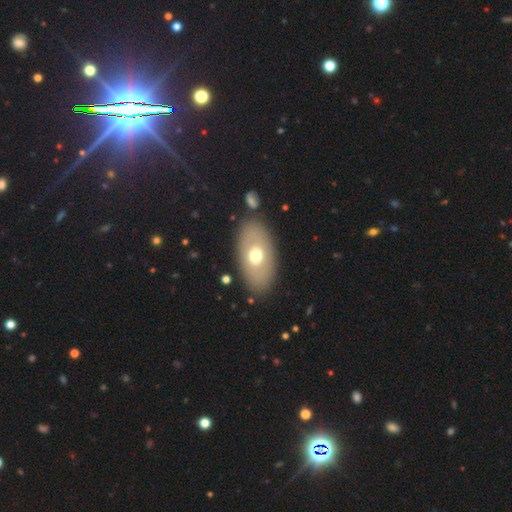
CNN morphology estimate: type=smooth (60%); roundness=in between (91%); merging=none (84%).